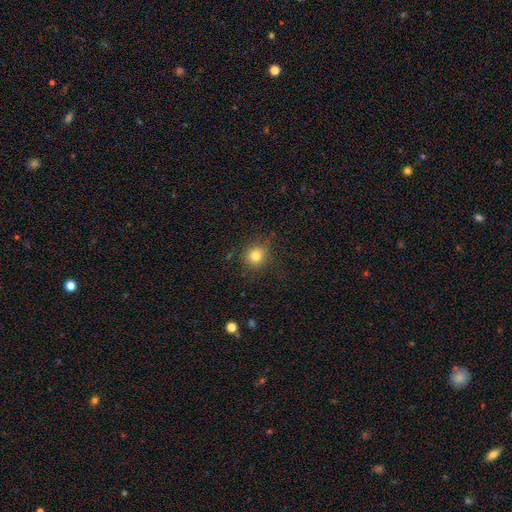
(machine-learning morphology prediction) Smooth or featured: smooth — 80% (star or artifact — 13%)
How rounded: round — 87% (in between — 12%)
Merging: none — 86% (minor disturbance — 10%)